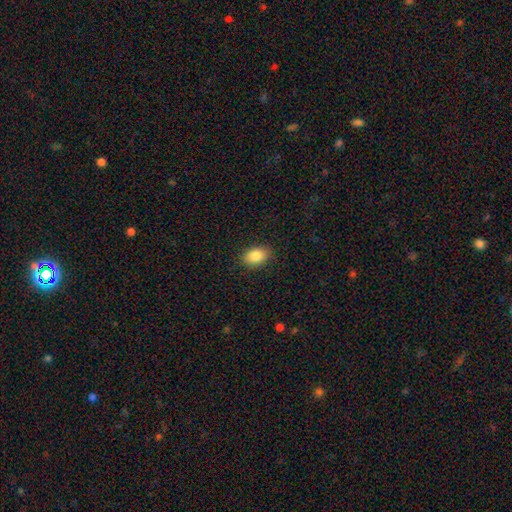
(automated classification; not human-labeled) Q: Smooth or featured?
A: smooth (86%); runner-up: star or artifact (8%)
Q: How rounded?
A: in between (84%); runner-up: round (15%)
Q: Merging?
A: none (88%); runner-up: minor disturbance (9%)